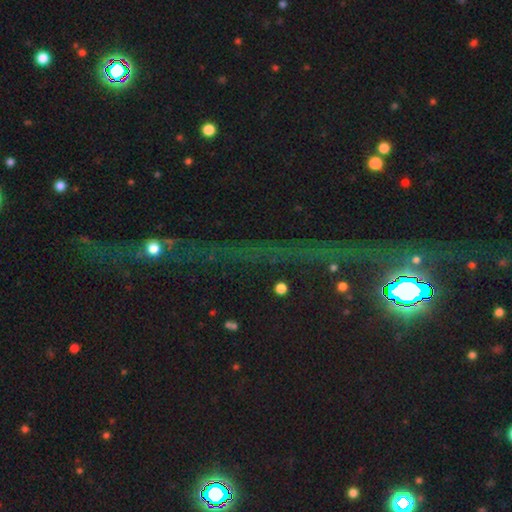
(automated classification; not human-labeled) Overall: star or artifact (79%).